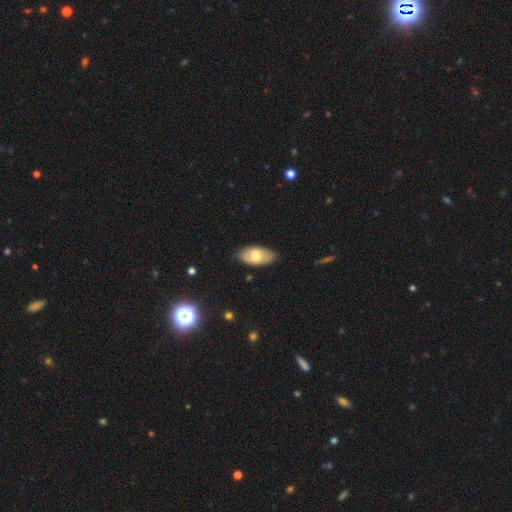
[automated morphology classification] Smooth or featured? smooth (64%)
How rounded? in between (94%)
Merging? none (81%)